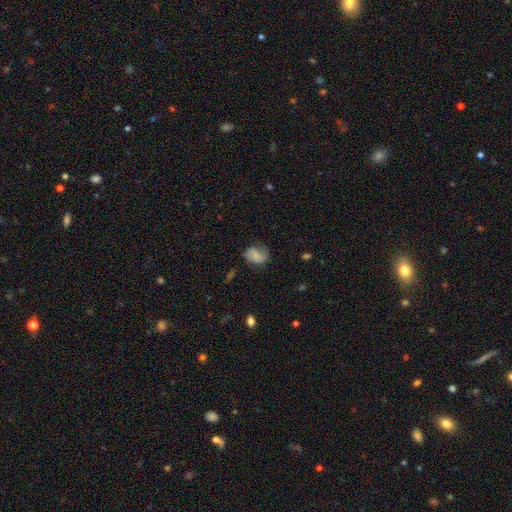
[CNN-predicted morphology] smooth 64%, featured or disk 27%, star or artifact 9%. Down the decision tree: how rounded — in between (60%); merging — none (56%).